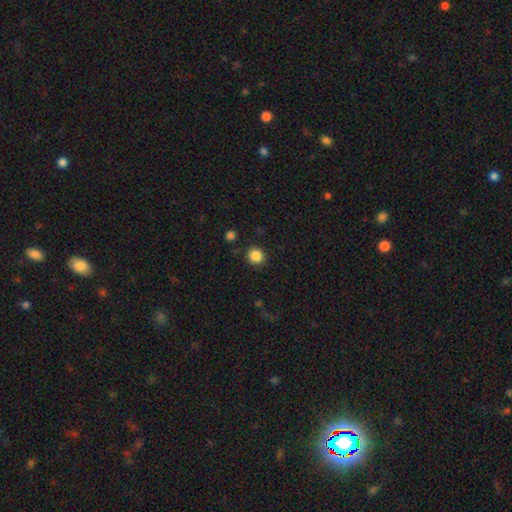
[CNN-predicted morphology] smooth-or-featured: smooth: 86% | star or artifact: 11% | featured or disk: 4%
  how-rounded: round: 90% | in between: 9% | cigar-shaped: 1%
  merging: none: 88% | minor disturbance: 7% | major disturbance: 3% | merger: 2%